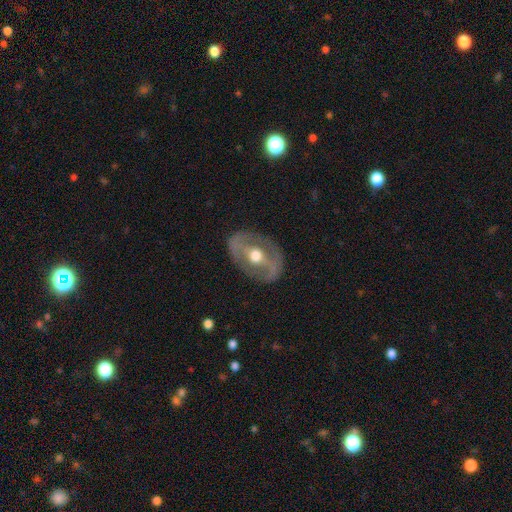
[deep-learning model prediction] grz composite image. It shows a featured or disk galaxy (74%) with a weak bar (34%), no spiral arms (55%) and a moderate central bulge (76%). Merging: none (82%).